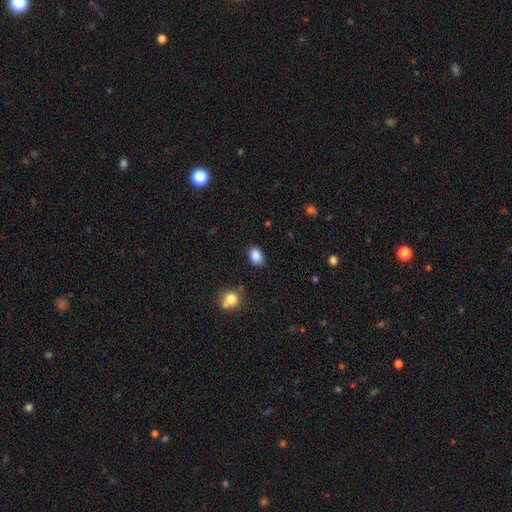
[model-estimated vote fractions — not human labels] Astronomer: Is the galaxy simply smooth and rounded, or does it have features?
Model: smooth — 87%.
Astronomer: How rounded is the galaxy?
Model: in between — 74%.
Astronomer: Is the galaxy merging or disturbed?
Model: none — 84%.